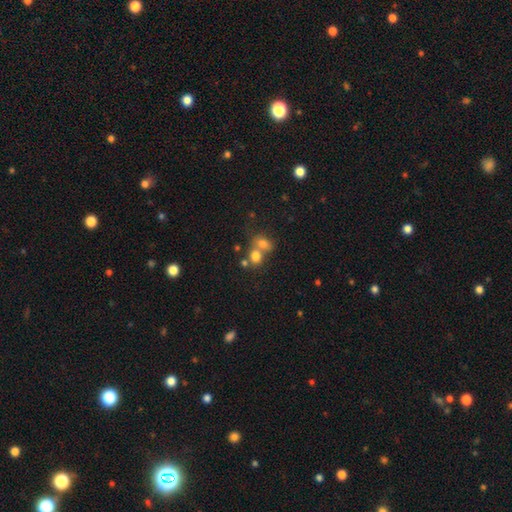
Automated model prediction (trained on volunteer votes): A smooth galaxy with no disk features (75%) that is round (56%). Merging: merger (57%).